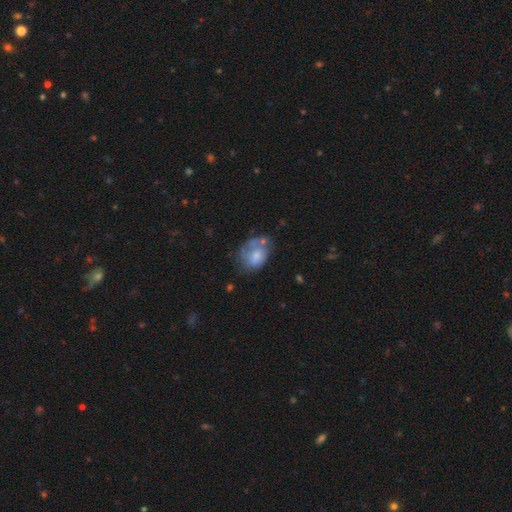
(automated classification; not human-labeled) Overall: smooth (61%; featured or disk 30%). How rounded: in between (68%; round 31%). Merging: none (38%; minor disturbance 29%).